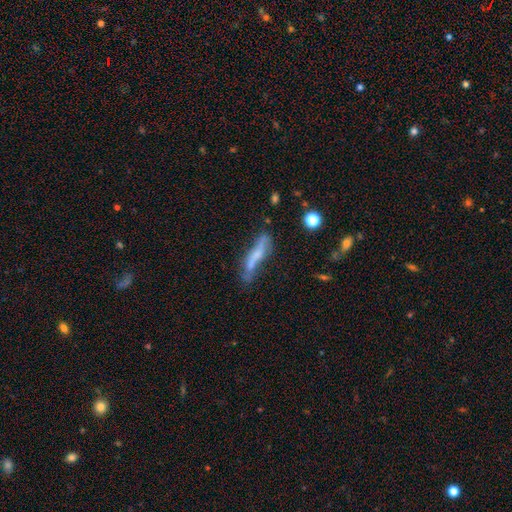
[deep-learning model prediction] smooth-or-featured: featured or disk: 47% | smooth: 44% | star or artifact: 9%
  merging: none: 52% | minor disturbance: 27% | major disturbance: 13% | merger: 8%